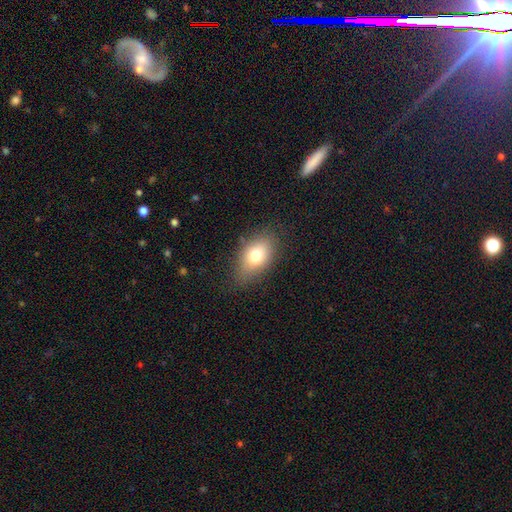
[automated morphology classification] A smooth galaxy with no disk features (74%) that is in between round and cigar-shaped (85%).

Vote fractions:
- Smooth or featured? smooth: 74% / featured or disk: 15% / star or artifact: 10%
- How rounded? in between: 85% / round: 12% / cigar-shaped: 3%
- Merging? none: 78% / minor disturbance: 16% / major disturbance: 5% / merger: 1%